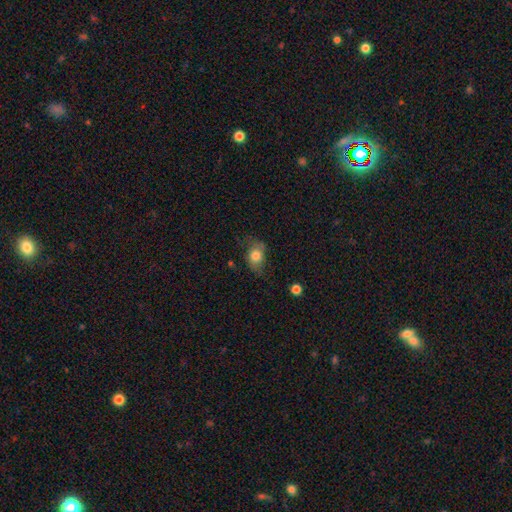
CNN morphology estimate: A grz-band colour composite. It shows a smooth galaxy with no disk features (75%) that is in between round and cigar-shaped (71%). Merging: none (59%).